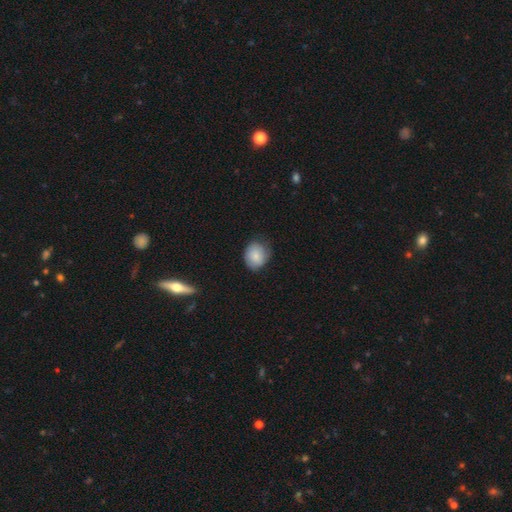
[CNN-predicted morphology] A smooth galaxy with no disk features (81%) that is round (63%).

Vote fractions:
- Smooth or featured? smooth: 81% / featured or disk: 12% / star or artifact: 7%
- How rounded? round: 63% / in between: 36% / cigar-shaped: 1%
- Merging? none: 69% / minor disturbance: 25% / major disturbance: 5% / merger: 1%